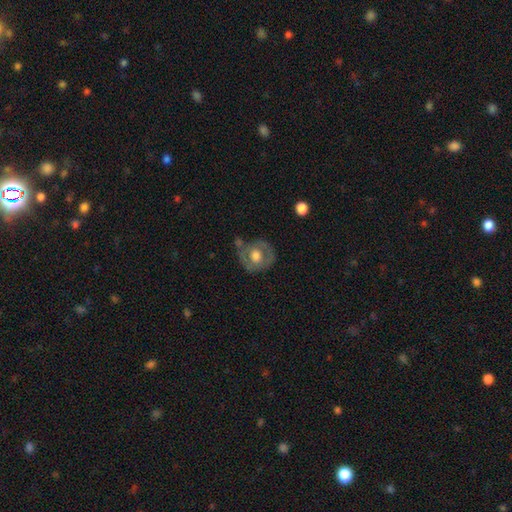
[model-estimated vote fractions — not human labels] Smooth or featured? featured or disk (49%)
Merging? none (61%)